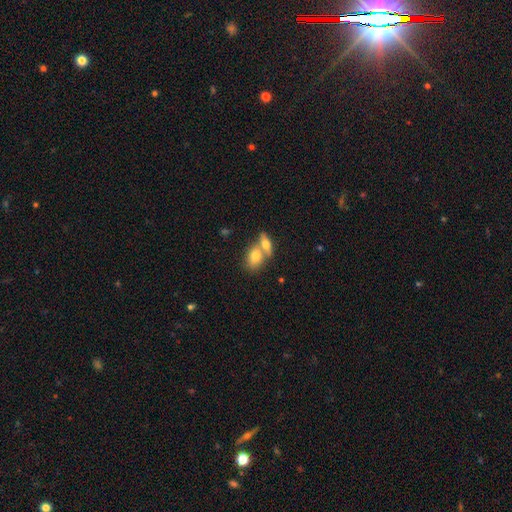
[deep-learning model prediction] This appears to be a smooth galaxy with no disk features (75%) that is in between round and cigar-shaped (76%). Merging: merger (59%).